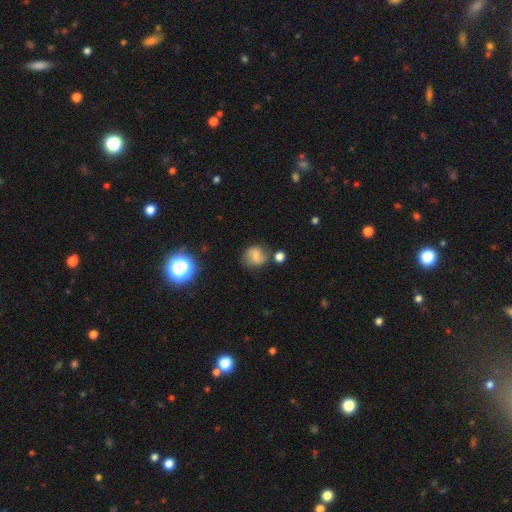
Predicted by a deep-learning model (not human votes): Smooth or featured? smooth (53%)
How rounded? round (76%)
Merging? none (67%)